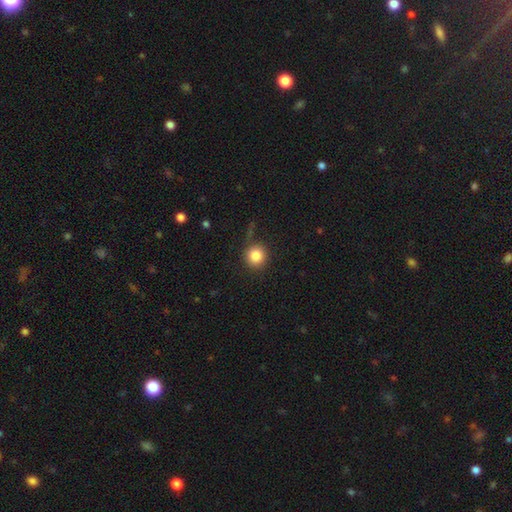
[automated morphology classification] This is clearly a smooth galaxy (84%). How rounded: clearly round (93%). Merging: clearly none (83%).